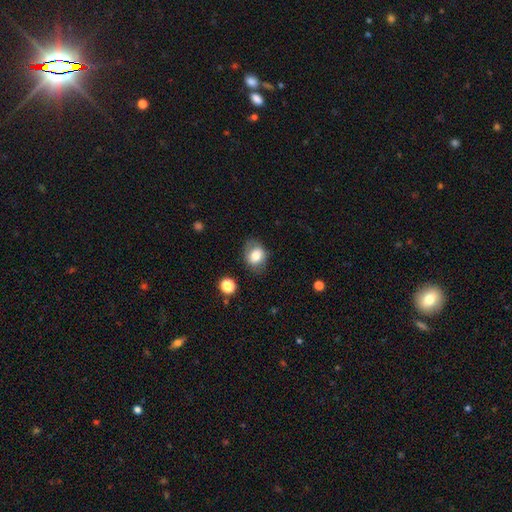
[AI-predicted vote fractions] This appears to be a smooth galaxy with no disk features (72%) that is in between round and cigar-shaped (54%). Merging: none (72%).